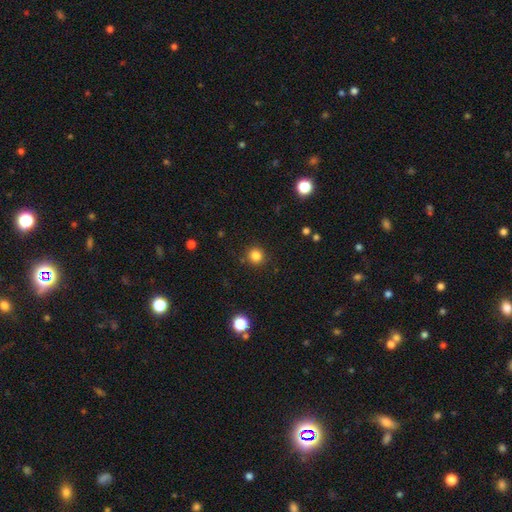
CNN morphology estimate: smooth_or_featured: smooth (p=0.83) [alt: star or artifact p=0.13]
how_rounded: round (p=0.92) [alt: in between p=0.07]
merging: none (p=0.89) [alt: minor disturbance p=0.07]